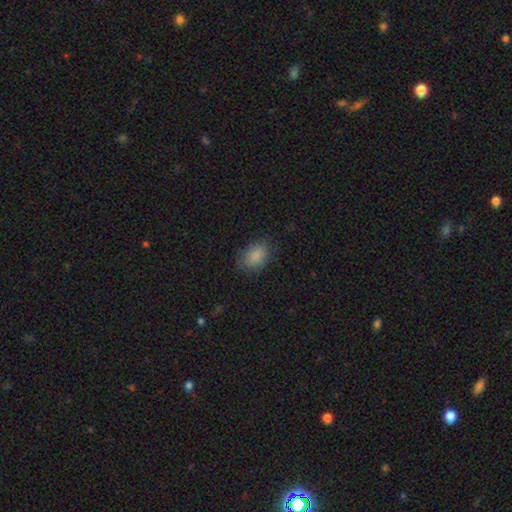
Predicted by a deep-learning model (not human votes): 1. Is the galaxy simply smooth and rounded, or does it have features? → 86% smooth, 9% star or artifact, 5% featured or disk.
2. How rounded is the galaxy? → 79% in between, 20% round, 1% cigar-shaped.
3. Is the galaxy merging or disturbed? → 79% none, 16% minor disturbance, 4% major disturbance, 1% merger.